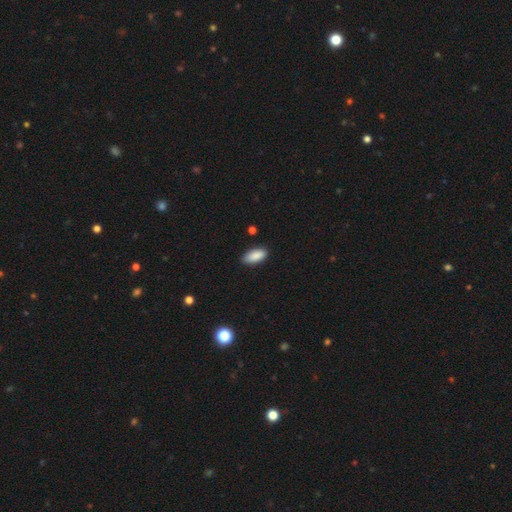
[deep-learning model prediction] This appears to be a smooth galaxy with no disk features (89%) that is in between round and cigar-shaped (88%). Merging: none (86%).